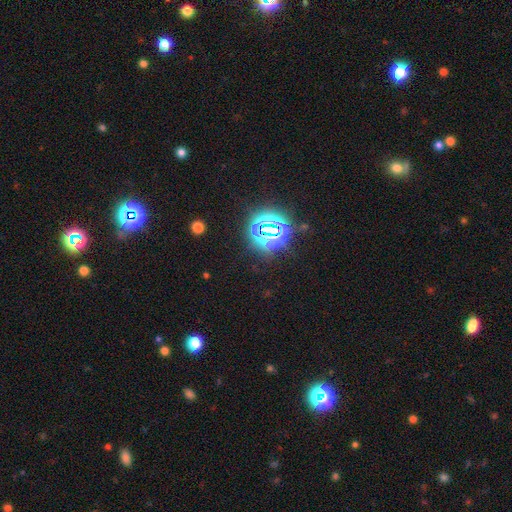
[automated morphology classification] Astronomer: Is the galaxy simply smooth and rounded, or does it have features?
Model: star or artifact — 75%.